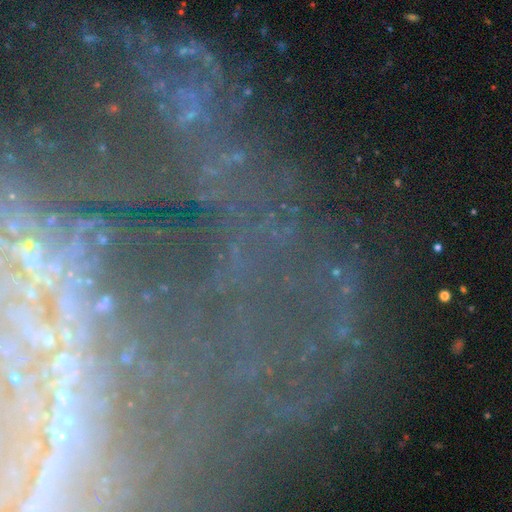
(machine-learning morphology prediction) smooth_or_featured: star or artifact (p=0.62) [alt: featured or disk p=0.27]